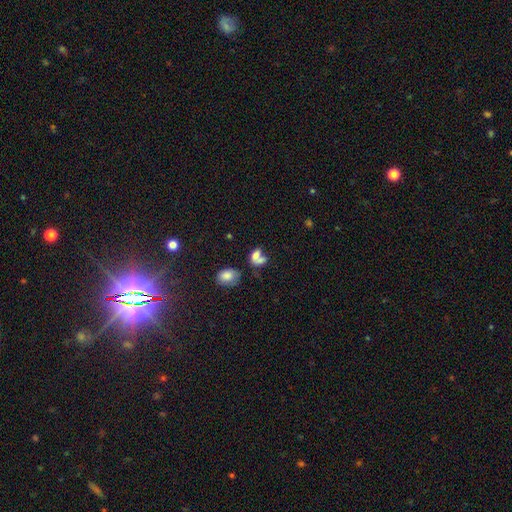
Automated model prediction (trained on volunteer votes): Smooth or featured?
  - smooth: 69% *
  - featured or disk: 17%
  - star or artifact: 14%
How rounded?
  - in between: 71% *
  - round: 25%
  - cigar-shaped: 4%
Merging?
  - merger: 53% *
  - none: 24%
  - minor disturbance: 11%
  - major disturbance: 11%